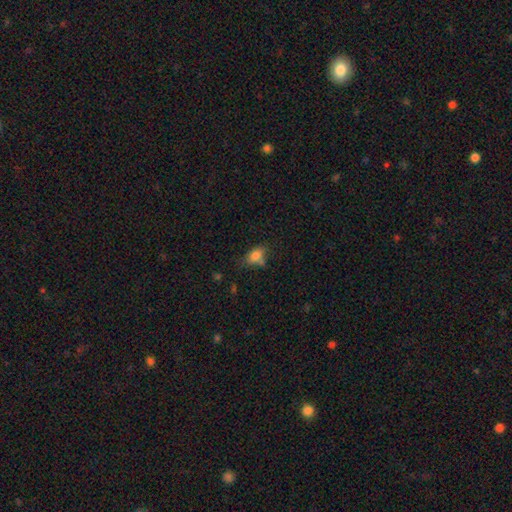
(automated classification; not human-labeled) smooth 80%, star or artifact 11%, featured or disk 9%. Down the decision tree: how rounded — in between (81%); merging — none (56%).